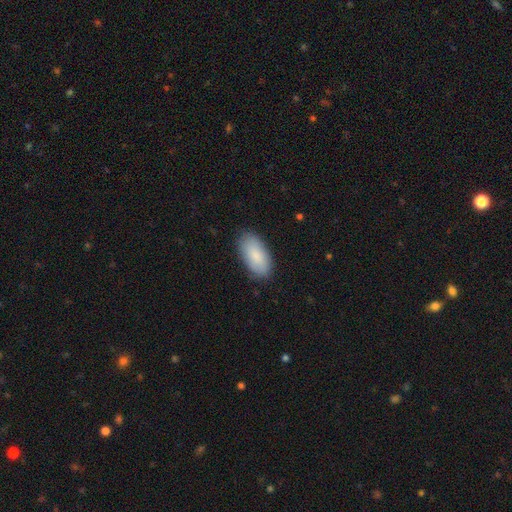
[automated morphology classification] smooth 86%, featured or disk 9%, star or artifact 6%. Down the decision tree: how rounded — in between (94%); merging — none (85%).